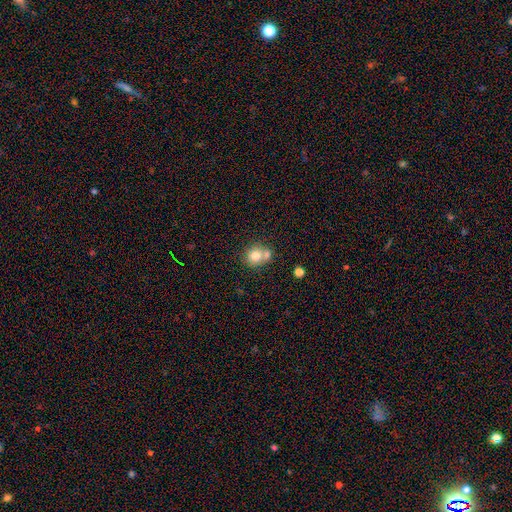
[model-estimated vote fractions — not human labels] smooth 76%, featured or disk 14%, star or artifact 11%. Down the decision tree: how rounded — round (82%); merging — none (47%).